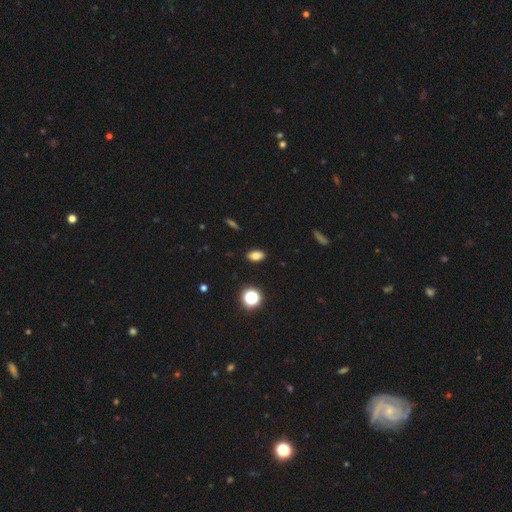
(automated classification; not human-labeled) This is likely a smooth galaxy (78%). How rounded: clearly in between (85%). Merging: clearly none (89%).